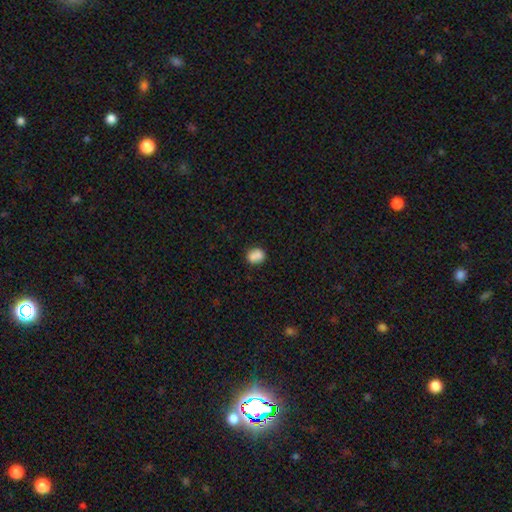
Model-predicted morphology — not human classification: This is likely a smooth galaxy (79%). How rounded: possibly round (59%). Merging: possibly none (47%).